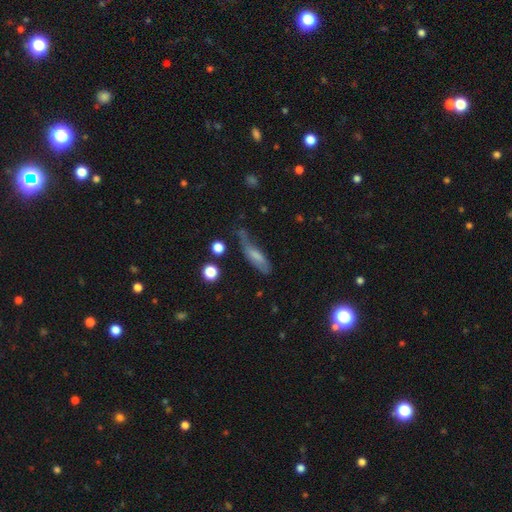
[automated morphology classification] A smooth galaxy with no disk features (59%) that is cigar-shaped (50%).

Vote fractions:
- Smooth or featured? smooth: 59% / featured or disk: 31% / star or artifact: 10%
- How rounded? cigar-shaped: 50% / in between: 47% / round: 3%
- Merging? none: 37% / minor disturbance: 34% / major disturbance: 24% / merger: 6%